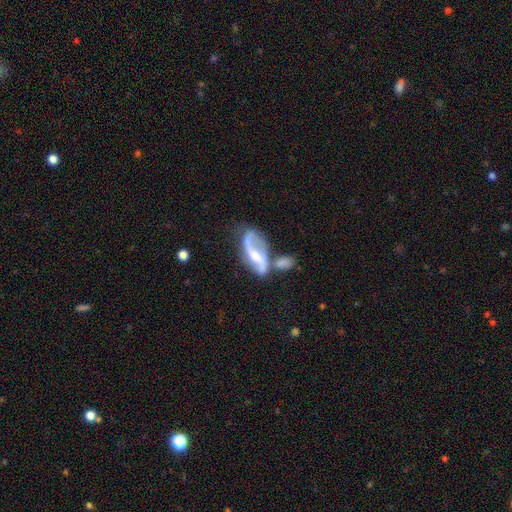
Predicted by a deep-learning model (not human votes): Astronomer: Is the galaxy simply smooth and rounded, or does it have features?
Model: featured or disk — 79%.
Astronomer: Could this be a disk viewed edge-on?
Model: no — 92%.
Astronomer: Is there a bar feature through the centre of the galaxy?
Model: weak — 38% (runner-up: strong, 34%).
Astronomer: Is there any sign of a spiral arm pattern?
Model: yes — 87%.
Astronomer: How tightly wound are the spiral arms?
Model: loose — 61%.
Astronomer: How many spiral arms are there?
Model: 2 — 81%.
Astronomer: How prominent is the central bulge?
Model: moderate — 43% (runner-up: small, 41%).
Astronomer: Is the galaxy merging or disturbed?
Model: merger — 38% (runner-up: none, 31%).